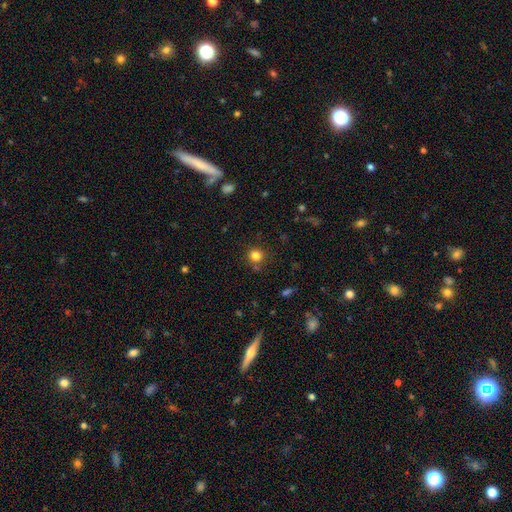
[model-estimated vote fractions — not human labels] This appears to be a smooth galaxy with no disk features (81%) that is round (92%). Merging: none (81%).